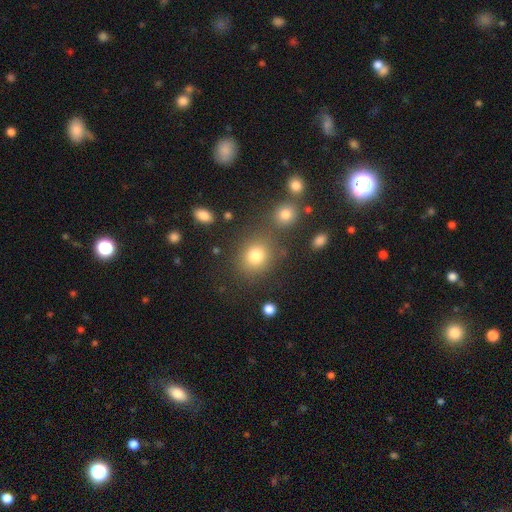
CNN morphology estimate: smooth 79%, star or artifact 14%, featured or disk 7%. Down the decision tree: how rounded — round (76%); merging — none (74%).